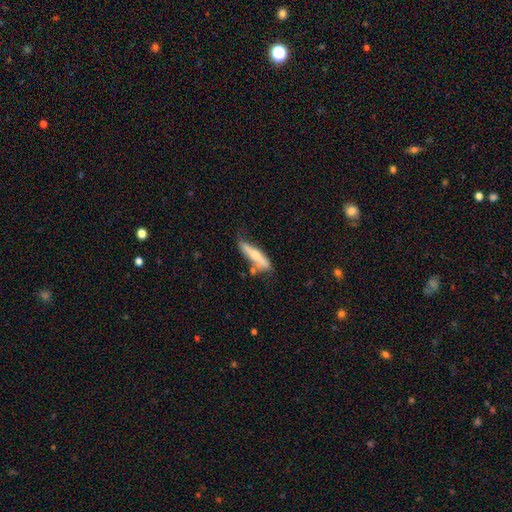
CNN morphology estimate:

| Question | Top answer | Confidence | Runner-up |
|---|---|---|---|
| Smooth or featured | smooth | 56% | featured or disk (38%) |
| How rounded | cigar-shaped | 76% | in between (22%) |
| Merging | none | 45% | minor disturbance (31%) |